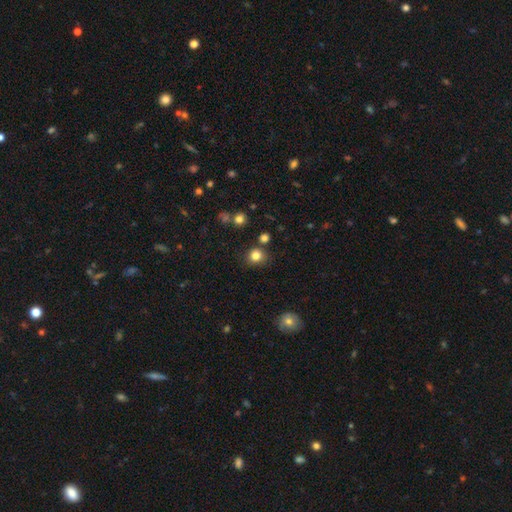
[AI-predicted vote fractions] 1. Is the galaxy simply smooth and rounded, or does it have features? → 83% smooth, 12% star or artifact, 5% featured or disk.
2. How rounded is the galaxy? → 84% round, 15% in between, 1% cigar-shaped.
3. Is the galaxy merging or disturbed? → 81% none, 11% minor disturbance, 6% merger, 3% major disturbance.